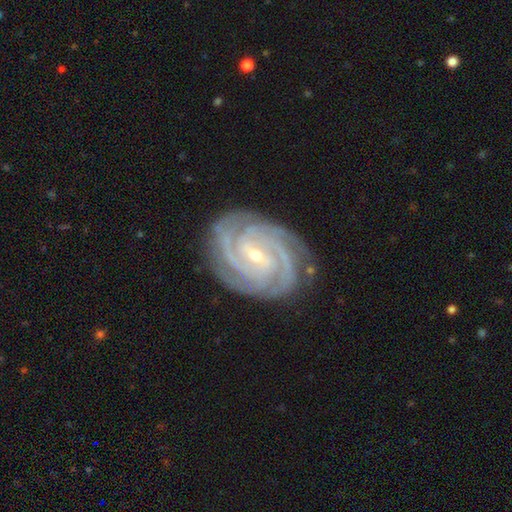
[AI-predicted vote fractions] Overall: featured or disk (93%). Edge-on disk: no (98%). Bar: weak (45%; no 32%). Spiral arms: yes (99%). Spiral arm count: 4 (36%; 3 31%). Spiral winding: tight (79%). Bulge size: small (65%; moderate 33%). Merging: none (84%).